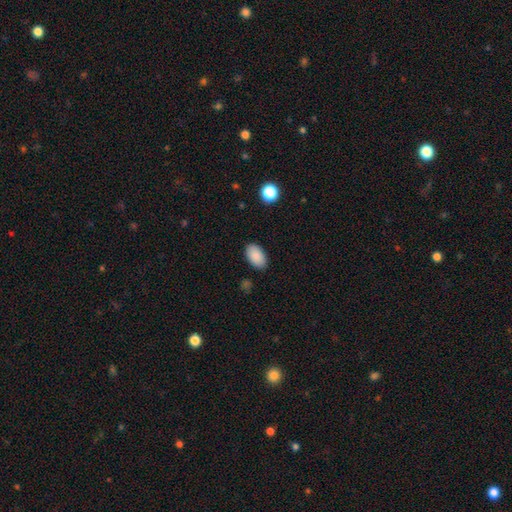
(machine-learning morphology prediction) The model was most divided on "merging": none: 87%, minor disturbance: 9%, major disturbance: 2%, merger: 1%. More confident: how rounded — in between (94%); smooth or featured — smooth (90%).